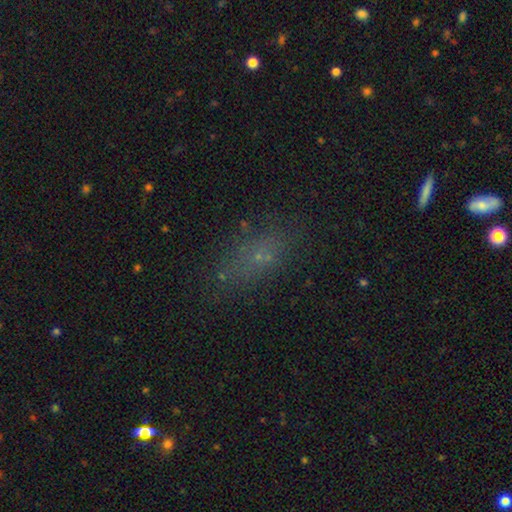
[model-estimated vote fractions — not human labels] This is possibly a smooth galaxy (58%). How rounded: likely in between (74%). Merging: likely none (69%).